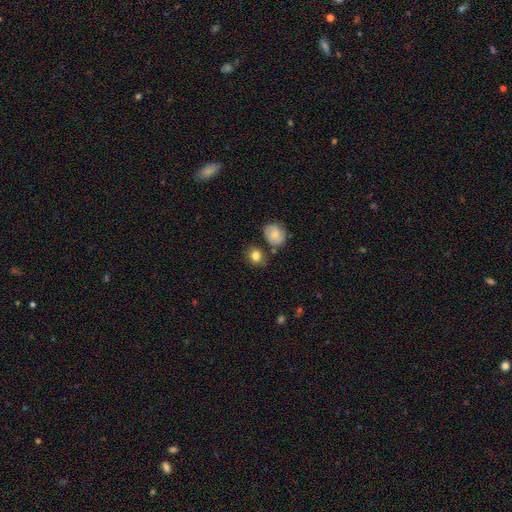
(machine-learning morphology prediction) A smooth galaxy with no disk features (81%) that is round (62%).

Vote fractions:
- Smooth or featured? smooth: 81% / featured or disk: 10% / star or artifact: 9%
- How rounded? round: 62% / in between: 37% / cigar-shaped: 1%
- Merging? none: 70% / minor disturbance: 15% / merger: 11% / major disturbance: 4%